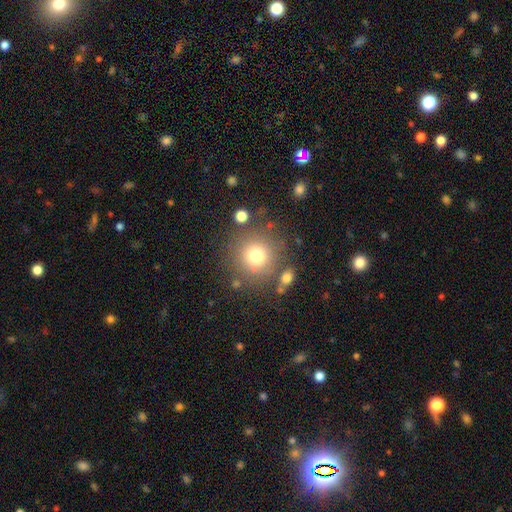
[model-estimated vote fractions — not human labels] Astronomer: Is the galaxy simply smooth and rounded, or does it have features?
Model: smooth — 75%.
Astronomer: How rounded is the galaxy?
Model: round — 93%.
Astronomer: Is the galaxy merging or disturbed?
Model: none — 78%.